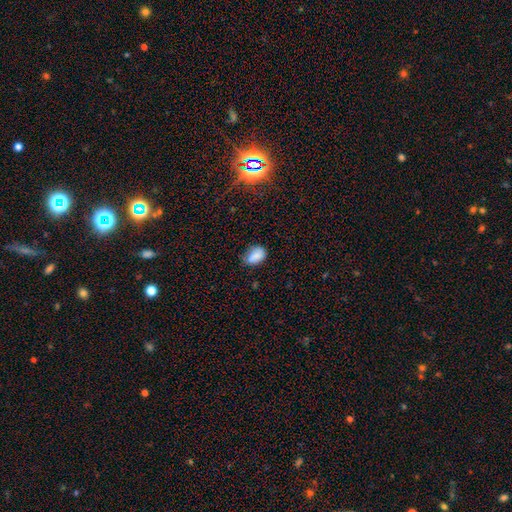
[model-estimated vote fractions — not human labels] This is clearly a smooth galaxy (83%). How rounded: clearly in between (81%). Merging: likely none (63%).